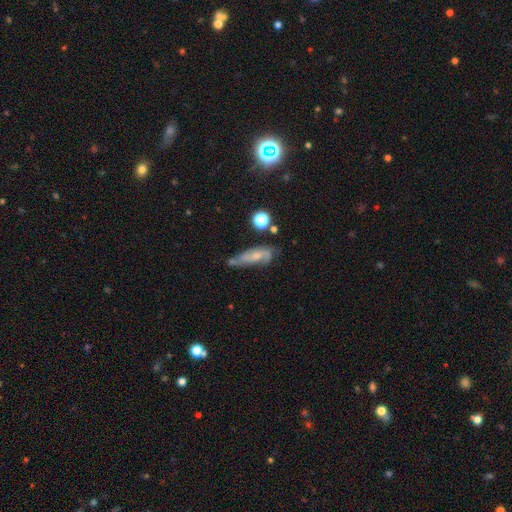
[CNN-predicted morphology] Smooth or featured? featured or disk (55%)
Edge-on disk? no (80%)
Merging? none (49%)